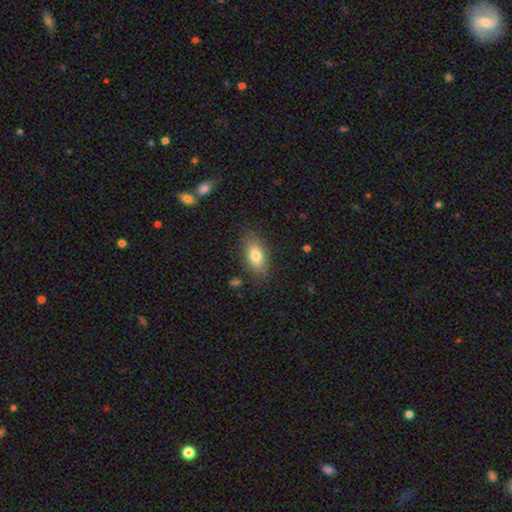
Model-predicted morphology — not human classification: smooth-or-featured: smooth: 79% | featured or disk: 13% | star or artifact: 8%
  how-rounded: in between: 88% | round: 6% | cigar-shaped: 6%
  merging: none: 84% | minor disturbance: 11% | major disturbance: 3% | merger: 2%